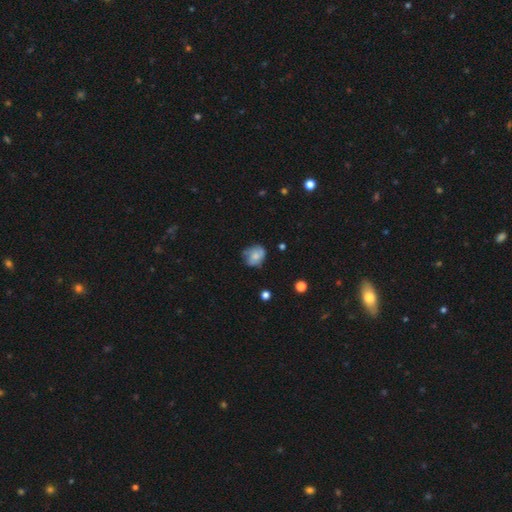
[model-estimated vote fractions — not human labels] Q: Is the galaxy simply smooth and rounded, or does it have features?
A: smooth — 65%.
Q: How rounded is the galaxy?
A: round — 58%.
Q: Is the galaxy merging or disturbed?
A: none — 54%.